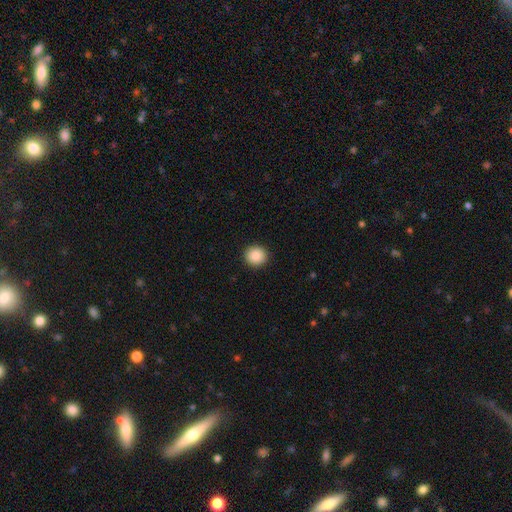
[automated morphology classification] smooth_or_featured: smooth (p=0.89) [alt: star or artifact p=0.08]
how_rounded: round (p=0.91) [alt: in between p=0.08]
merging: none (p=0.92) [alt: minor disturbance p=0.05]